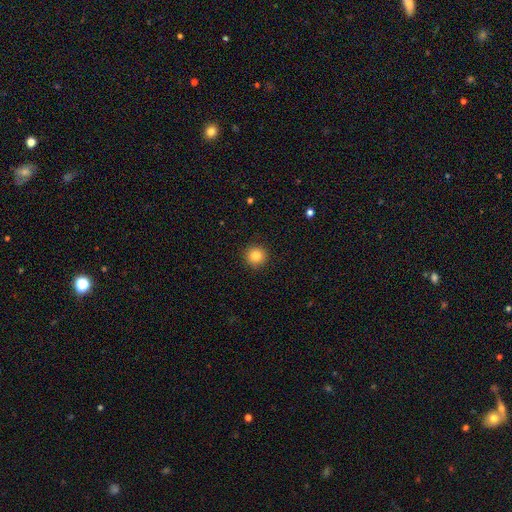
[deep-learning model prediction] smooth-or-featured: smooth: 84% | star or artifact: 11% | featured or disk: 6%
  how-rounded: round: 95% | in between: 4% | cigar-shaped: 1%
  merging: none: 92% | minor disturbance: 5% | major disturbance: 2% | merger: 1%